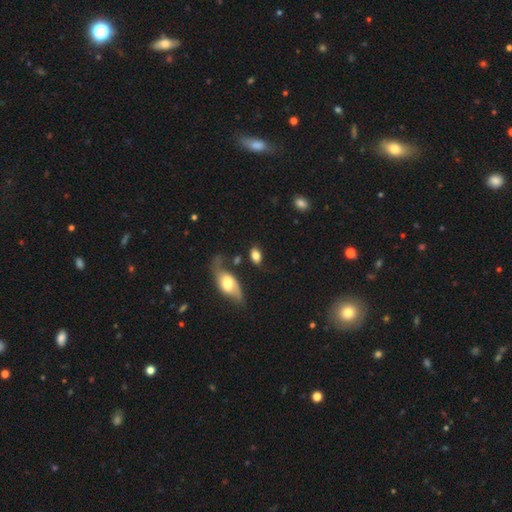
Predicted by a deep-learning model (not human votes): This is likely a smooth galaxy (77%). How rounded: clearly in between (85%). Merging: likely none (62%).